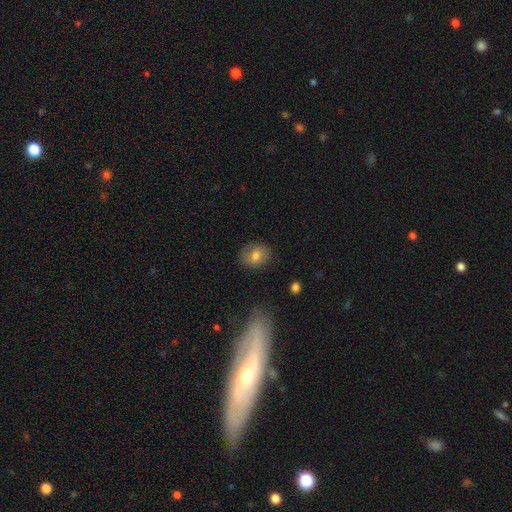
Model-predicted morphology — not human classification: Smooth or featured? Predicted: smooth (p=0.72). How rounded? Predicted: round (p=0.58). Merging? Predicted: none (p=0.80).